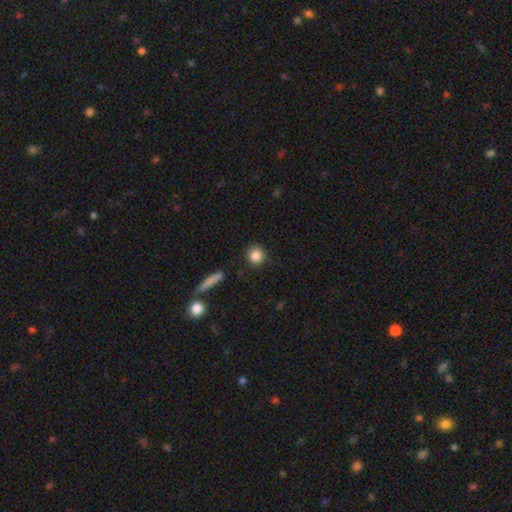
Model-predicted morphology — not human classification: Q: Smooth or featured?
A: smooth (86%); runner-up: star or artifact (9%)
Q: How rounded?
A: round (88%); runner-up: in between (11%)
Q: Merging?
A: none (88%); runner-up: minor disturbance (8%)